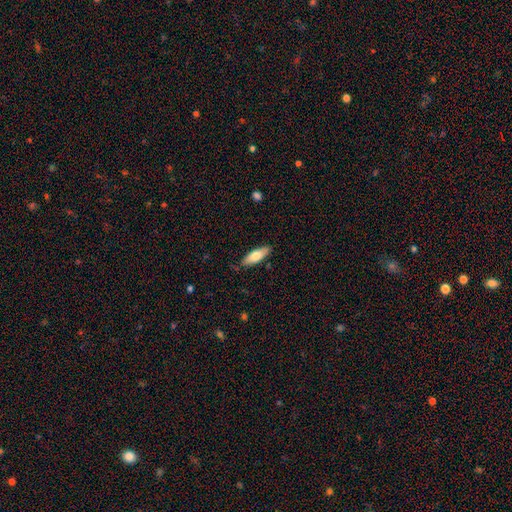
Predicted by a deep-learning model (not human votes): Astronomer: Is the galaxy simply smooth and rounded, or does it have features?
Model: smooth — 73%.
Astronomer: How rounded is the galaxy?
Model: in between — 60% (runner-up: cigar-shaped, 38%).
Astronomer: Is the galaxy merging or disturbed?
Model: none — 82%.